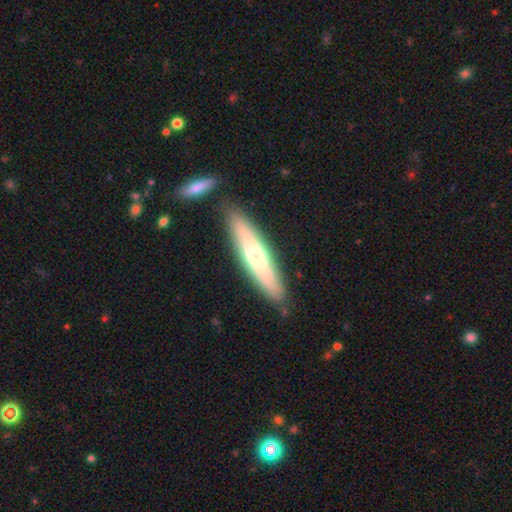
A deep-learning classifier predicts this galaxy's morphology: smooth_or_featured: smooth (p=0.51) [alt: featured or disk p=0.44]
how_rounded: cigar-shaped (p=0.81) [alt: in between p=0.17]
merging: none (p=0.83) [alt: minor disturbance p=0.10]